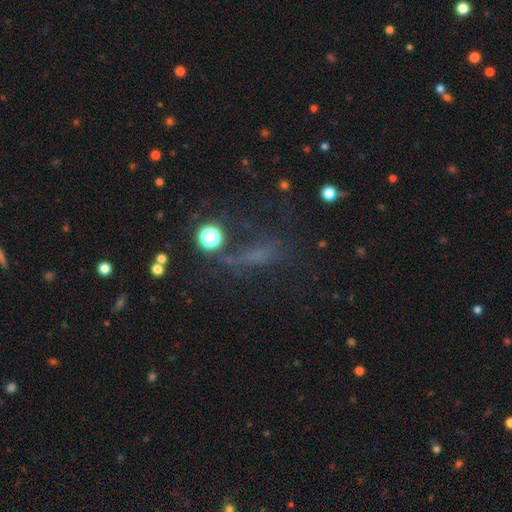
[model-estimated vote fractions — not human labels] smooth_or_featured: smooth (p=0.39) [tied with: star or artifact p=0.39]
merging: none (p=0.48) [alt: major disturbance p=0.26]